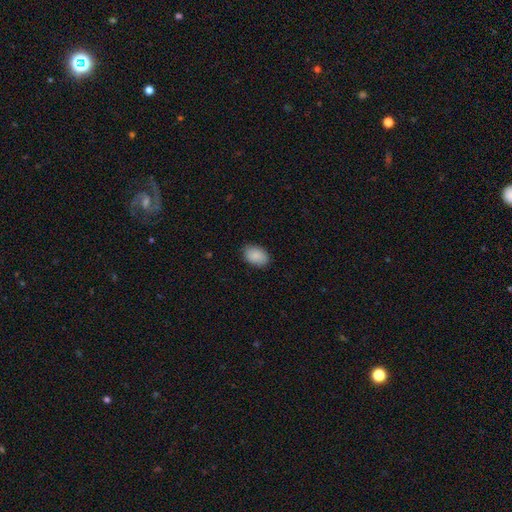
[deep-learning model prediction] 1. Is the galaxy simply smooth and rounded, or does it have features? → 89% smooth, 7% star or artifact, 4% featured or disk.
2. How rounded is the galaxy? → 87% in between, 12% round, 1% cigar-shaped.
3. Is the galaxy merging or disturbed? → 88% none, 9% minor disturbance, 2% major disturbance, 1% merger.